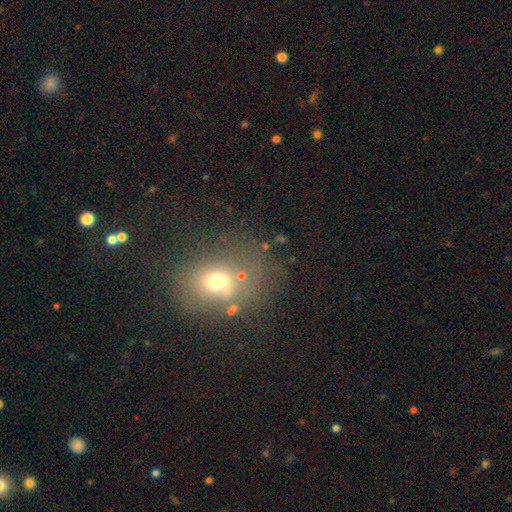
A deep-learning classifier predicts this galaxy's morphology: Overall: smooth (57%; star or artifact 26%). How rounded: round (57%; in between 42%). Merging: none (50%; merger 20%).